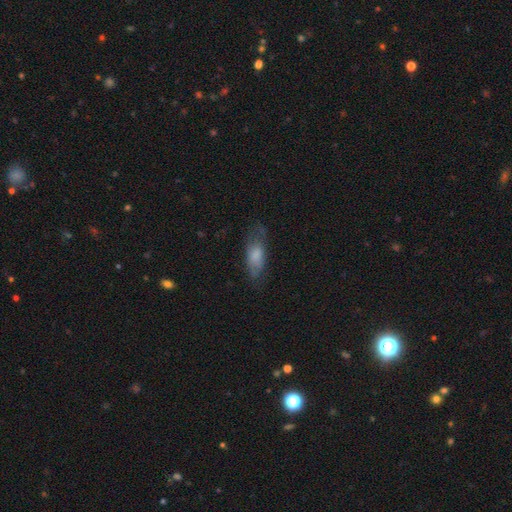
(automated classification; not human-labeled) Overall: smooth (70%). How rounded: in between (72%). Merging: none (57%; minor disturbance 27%).